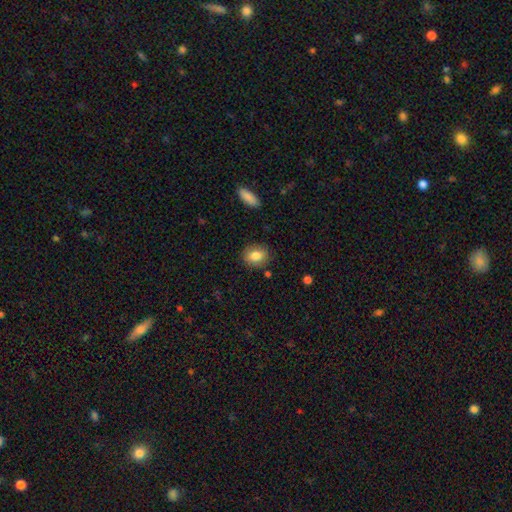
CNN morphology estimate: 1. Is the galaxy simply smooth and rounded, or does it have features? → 82% smooth, 10% featured or disk, 8% star or artifact.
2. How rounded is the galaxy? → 62% in between, 37% round, 2% cigar-shaped.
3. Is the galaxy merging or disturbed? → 85% none, 10% minor disturbance, 3% major disturbance, 2% merger.